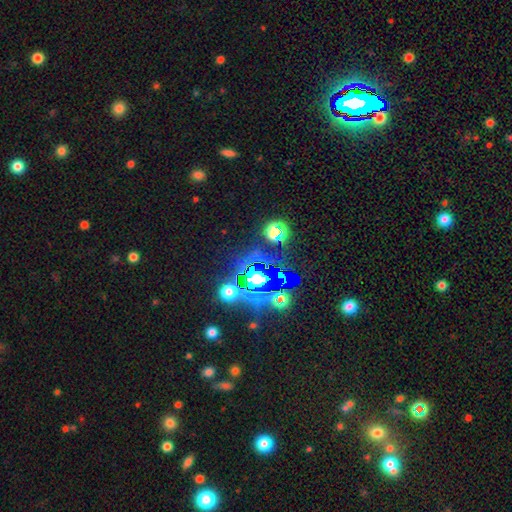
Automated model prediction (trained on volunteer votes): Smooth or featured?
  - star or artifact: 83% *
  - smooth: 10%
  - featured or disk: 7%